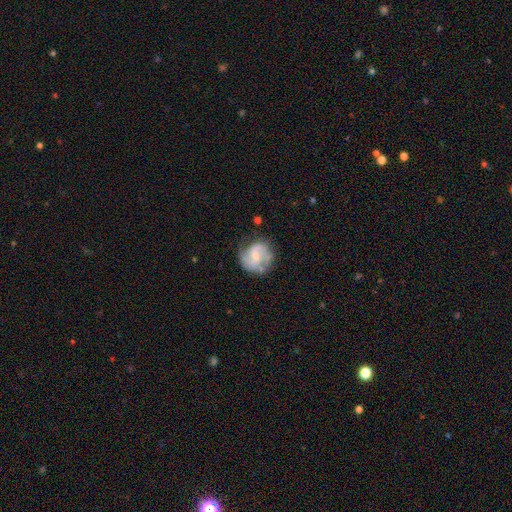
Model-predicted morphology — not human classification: Smooth or featured?
  - featured or disk: 73% *
  - smooth: 20%
  - star or artifact: 6%
Edge-on disk?
  - no: 98% *
  - yes: 2%
Bar?
  - weak: 48% *
  - no: 41%
  - strong: 10%
Spiral arms?
  - yes: 91% *
  - no: 9%
Spiral winding?
  - medium: 48% *
  - loose: 28%
  - tight: 23%
Spiral arm count?
  - 2: 75% *
  - can't tell: 12%
  - 3: 6%
  - 1: 4%
  - 4: 2%
  - more than 4: 2%
Bulge size?
  - small: 54% *
  - moderate: 27%
  - none: 15%
  - large: 2%
  - dominant: 1%
Merging?
  - none: 64% *
  - minor disturbance: 22%
  - major disturbance: 11%
  - merger: 3%